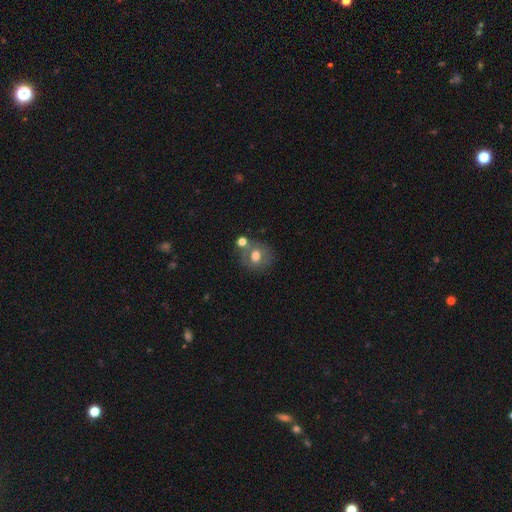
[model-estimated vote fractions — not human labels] This is likely a smooth galaxy (62%). How rounded: likely round (71%). Merging: possibly none (58%).